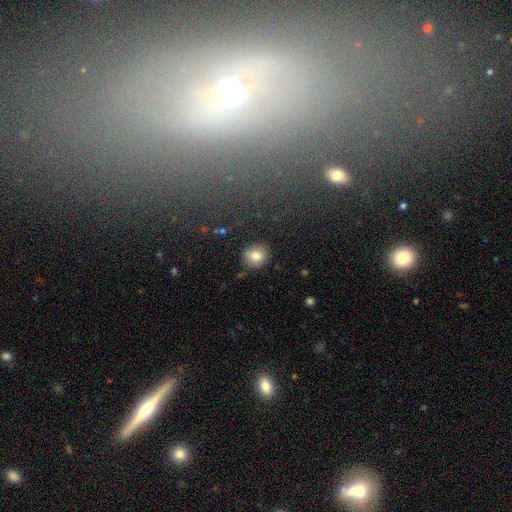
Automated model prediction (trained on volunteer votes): Smooth or featured: smooth — 81% (featured or disk — 10%)
How rounded: round — 76% (in between — 23%)
Merging: none — 86% (minor disturbance — 9%)